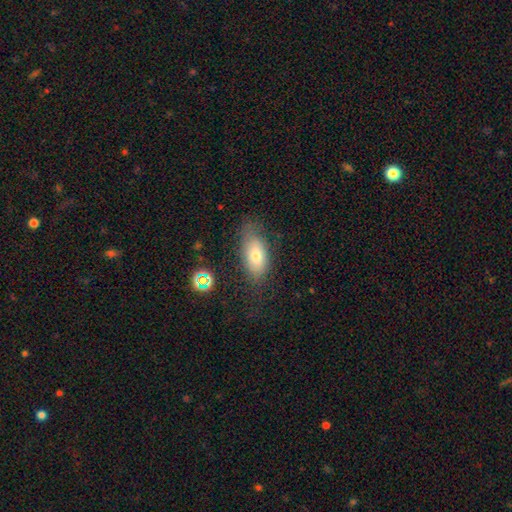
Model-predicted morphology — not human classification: A smooth galaxy with no disk features (71%) that is in between round and cigar-shaped (88%).

Vote fractions:
- Smooth or featured? smooth: 71% / featured or disk: 19% / star or artifact: 10%
- How rounded? in between: 88% / cigar-shaped: 7% / round: 5%
- Merging? none: 65% / minor disturbance: 23% / major disturbance: 10% / merger: 2%